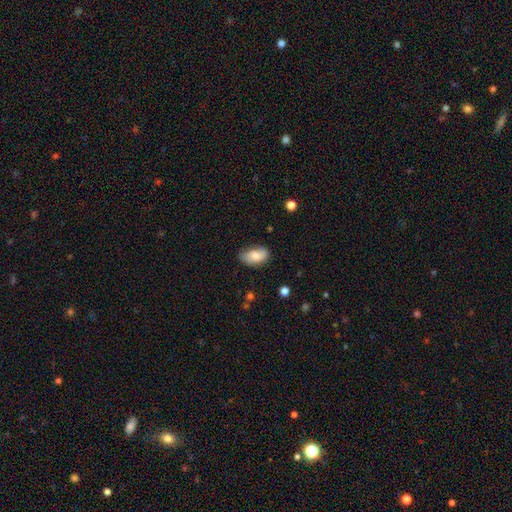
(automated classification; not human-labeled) smooth-or-featured: smooth: 78% | featured or disk: 15% | star or artifact: 7%
  how-rounded: in between: 92% | round: 5% | cigar-shaped: 2%
  merging: none: 64% | minor disturbance: 29% | major disturbance: 5% | merger: 2%